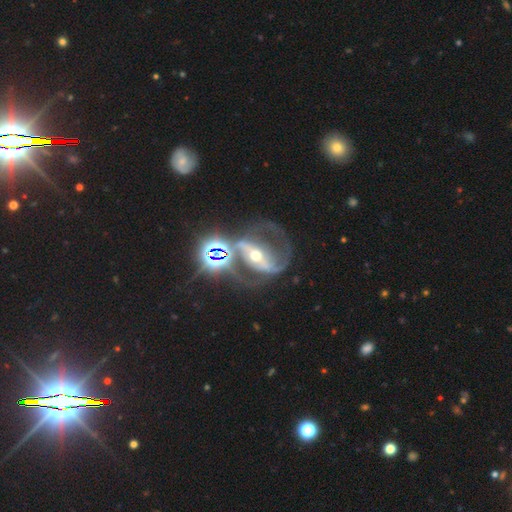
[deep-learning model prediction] This is clearly a featured or disk galaxy (81%). It is clearly not viewed edge-on (95%). Bar: likely strong (67%). Spiral arm pattern: clearly yes (88%). Spiral arm count: clearly 2 (88%). Spiral winding: possibly medium (53%). Central bulge: likely moderate (64%). Merging: possibly none (58%).